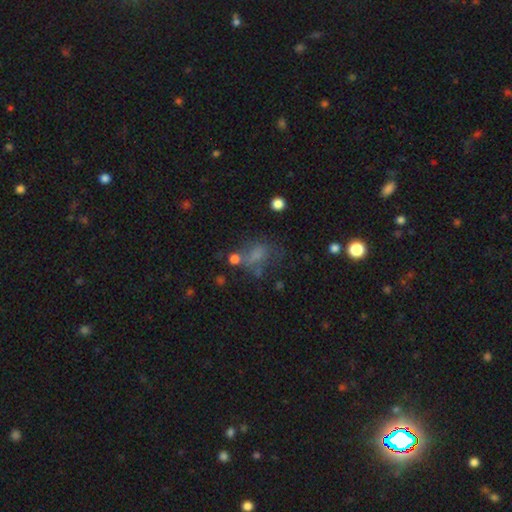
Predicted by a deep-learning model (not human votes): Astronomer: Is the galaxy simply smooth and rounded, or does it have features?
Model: smooth — 58%.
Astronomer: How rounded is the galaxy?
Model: in between — 66%.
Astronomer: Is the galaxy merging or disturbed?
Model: none — 39% (runner-up: major disturbance, 25%).